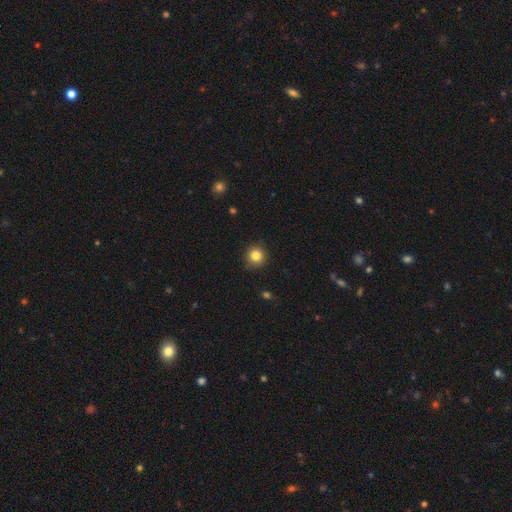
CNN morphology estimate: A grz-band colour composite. It shows a smooth galaxy with no disk features (83%) that is round (94%). Merging: none (89%).